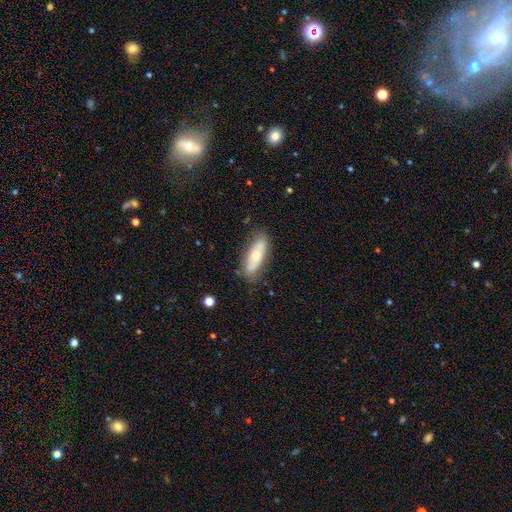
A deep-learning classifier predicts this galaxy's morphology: A smooth galaxy with no disk features (55%) that is in between round and cigar-shaped (63%). Merging: none (77%).